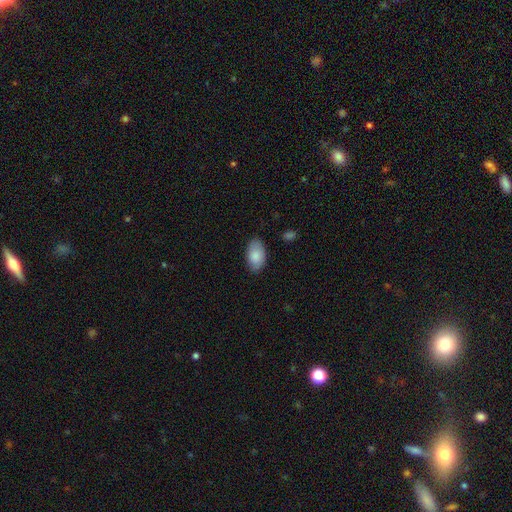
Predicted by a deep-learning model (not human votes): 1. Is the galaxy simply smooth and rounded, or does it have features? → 86% smooth, 8% featured or disk, 6% star or artifact.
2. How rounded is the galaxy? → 94% in between, 5% round, 1% cigar-shaped.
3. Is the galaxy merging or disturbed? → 81% none, 15% minor disturbance, 3% major disturbance, 1% merger.